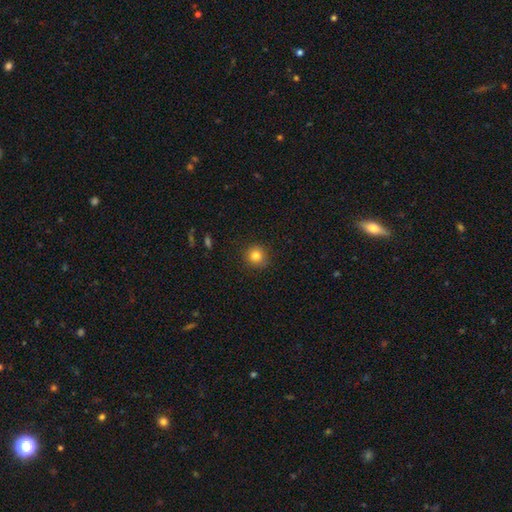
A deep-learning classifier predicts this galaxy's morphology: Smooth or featured?
  - smooth: 83% *
  - star or artifact: 11%
  - featured or disk: 6%
How rounded?
  - round: 91% *
  - in between: 8%
  - cigar-shaped: 1%
Merging?
  - none: 88% *
  - minor disturbance: 8%
  - major disturbance: 2%
  - merger: 1%